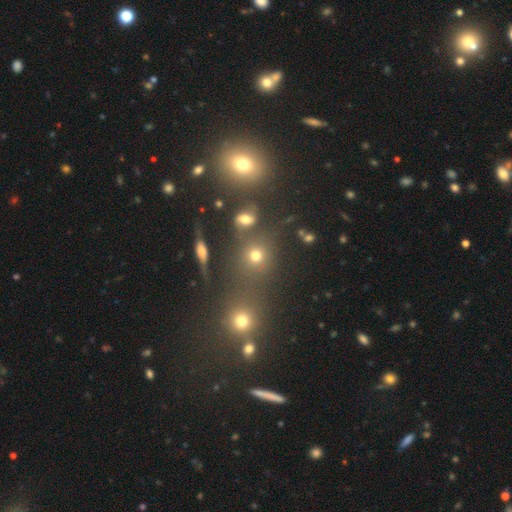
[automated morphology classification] Q: Smooth or featured?
A: smooth (72%); runner-up: star or artifact (18%)
Q: How rounded?
A: round (80%); runner-up: in between (18%)
Q: Merging?
A: none (60%); runner-up: merger (23%)